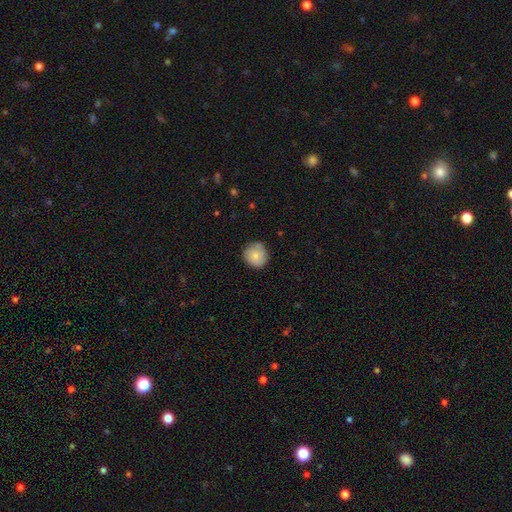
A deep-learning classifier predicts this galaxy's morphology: This is likely a smooth galaxy (79%). How rounded: clearly round (88%). Merging: likely none (73%).